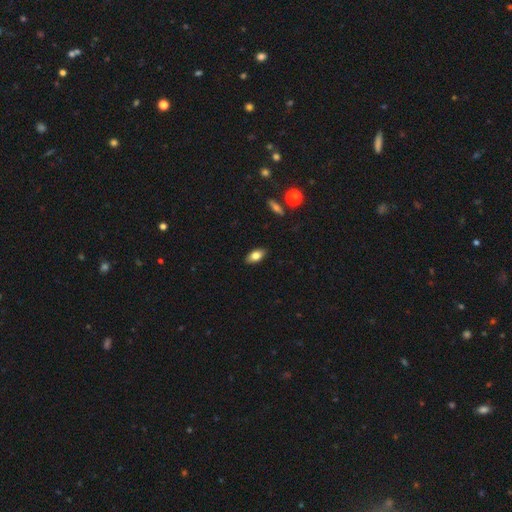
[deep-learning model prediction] A smooth galaxy with no disk features (78%) that is in between round and cigar-shaped (90%).

Vote fractions:
- Smooth or featured? smooth: 78% / featured or disk: 14% / star or artifact: 8%
- How rounded? in between: 90% / cigar-shaped: 6% / round: 4%
- Merging? none: 88% / minor disturbance: 9% / major disturbance: 2% / merger: 1%